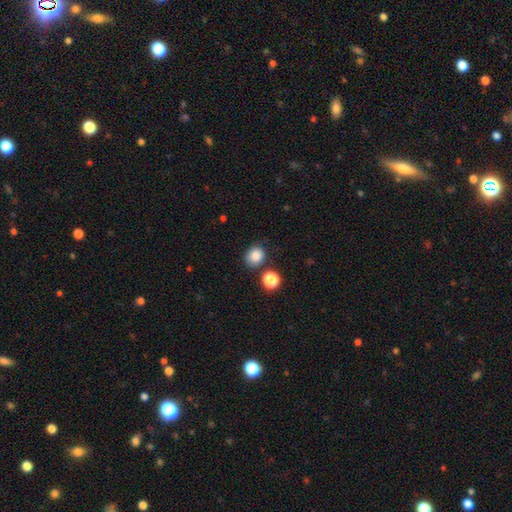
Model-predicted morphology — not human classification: Smooth or featured: smooth — 85% (star or artifact — 11%)
How rounded: round — 71% (in between — 29%)
Merging: none — 75% (minor disturbance — 13%)